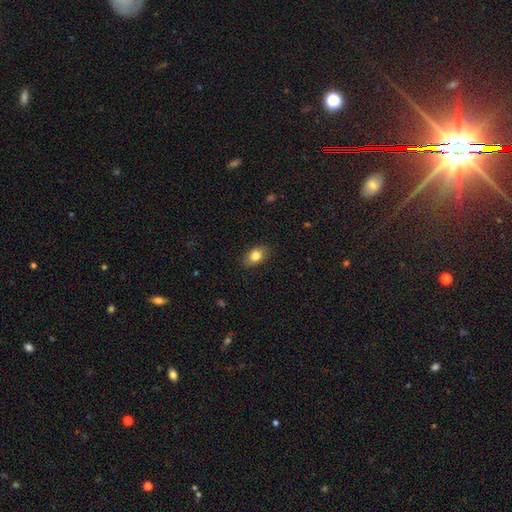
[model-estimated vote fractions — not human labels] smooth 81%, featured or disk 10%, star or artifact 9%. Down the decision tree: how rounded — in between (81%); merging — none (87%).